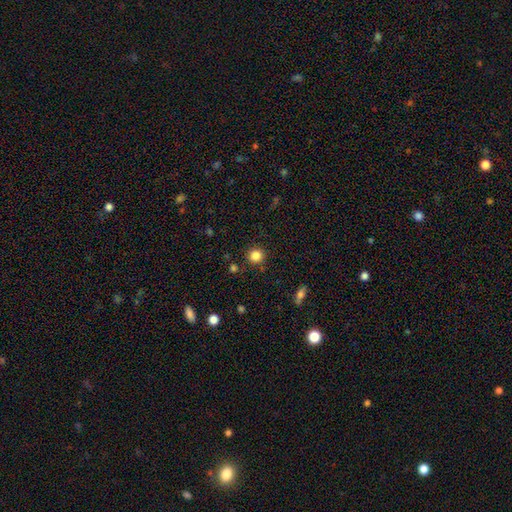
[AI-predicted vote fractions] Q: Smooth or featured?
A: smooth (84%); runner-up: star or artifact (12%)
Q: How rounded?
A: round (92%); runner-up: in between (7%)
Q: Merging?
A: none (89%); runner-up: minor disturbance (6%)